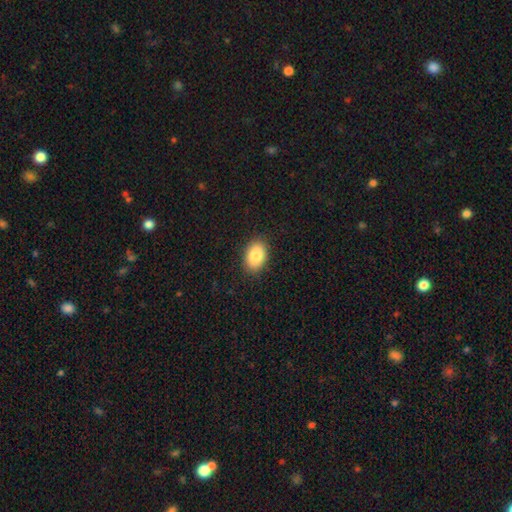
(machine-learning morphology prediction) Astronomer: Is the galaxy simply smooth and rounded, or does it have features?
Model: smooth — 86%.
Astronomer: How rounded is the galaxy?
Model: in between — 86%.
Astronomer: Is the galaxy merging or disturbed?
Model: none — 89%.